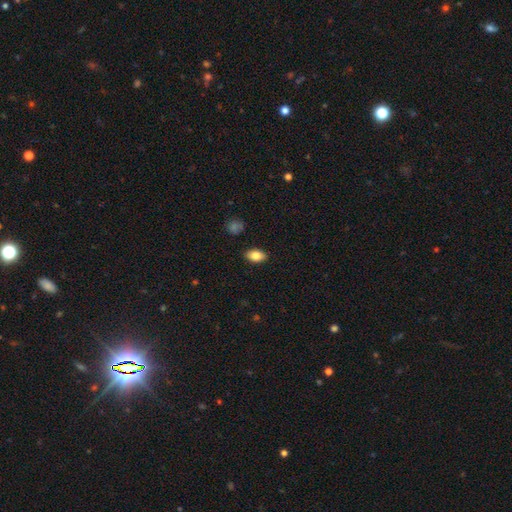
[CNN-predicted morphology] A smooth galaxy with no disk features (83%) that is in between round and cigar-shaped (90%). Merging: none (87%).